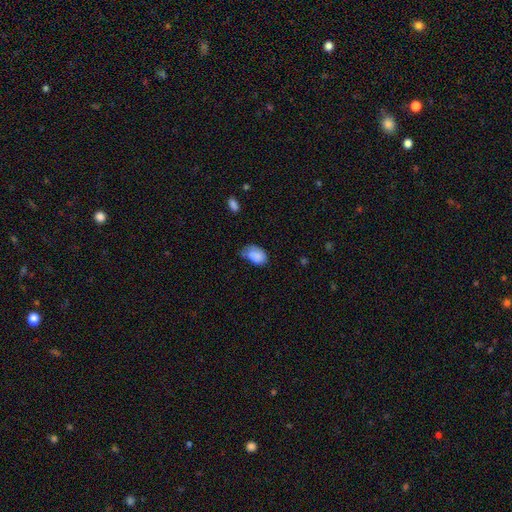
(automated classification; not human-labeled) Overall: smooth (82%). How rounded: in between (87%). Merging: none (41%; minor disturbance 40%).